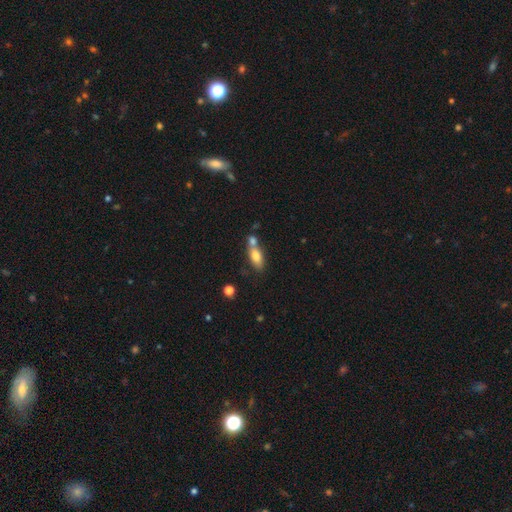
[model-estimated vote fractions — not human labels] Smooth or featured? smooth (77%)
How rounded? in between (78%)
Merging? none (42%)